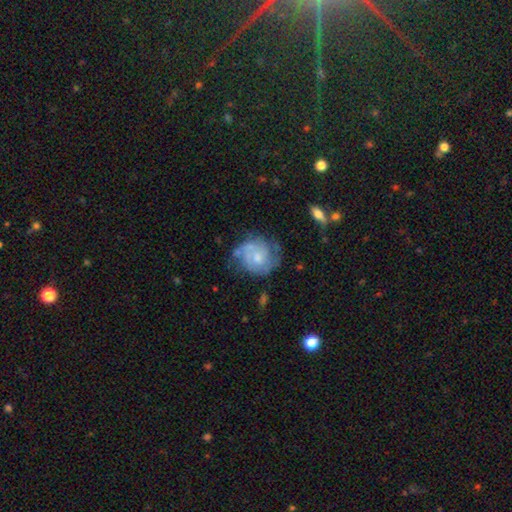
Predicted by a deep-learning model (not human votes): A featured or disk galaxy (71%) with no bar (72%), 2 (49%) tight (55%) spiral arms (88%) and a moderate central bulge (43%).

Vote fractions:
- Smooth or featured? featured or disk: 71% / smooth: 22% / star or artifact: 6%
- Edge-on disk? no: 98% / yes: 2%
- Bar? no: 72% / weak: 25% / strong: 3%
- Spiral arms? yes: 88% / no: 12%
- Spiral winding? tight: 55% / medium: 34% / loose: 11%
- Spiral arm count? 2: 49% / can't tell: 27% / 3: 12% / 1: 6% / 4: 3% / more than 4: 3%
- Bulge size? moderate: 43% / small: 41% / none: 9% / large: 5% / dominant: 1%
- Merging? none: 59% / minor disturbance: 25% / major disturbance: 13% / merger: 4%